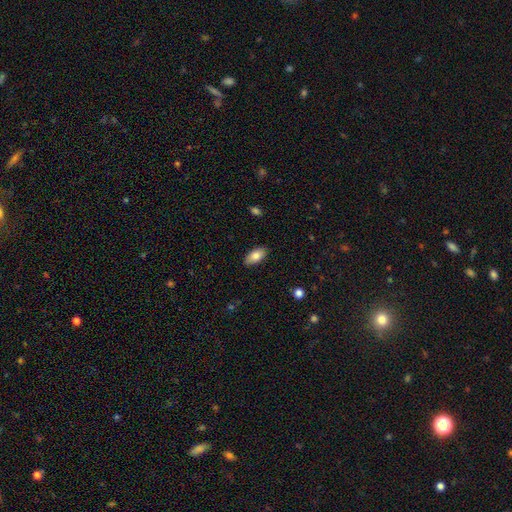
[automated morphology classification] A smooth galaxy with no disk features (83%) that is in between round and cigar-shaped (93%).

Vote fractions:
- Smooth or featured? smooth: 83% / featured or disk: 10% / star or artifact: 7%
- How rounded? in between: 93% / cigar-shaped: 5% / round: 3%
- Merging? none: 88% / minor disturbance: 9% / major disturbance: 2% / merger: 1%